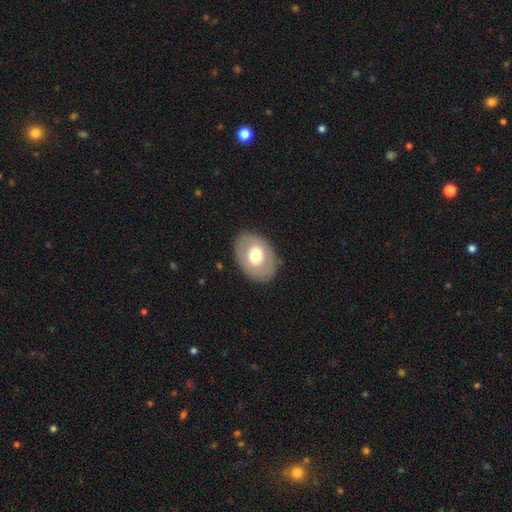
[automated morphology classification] Smooth or featured? smooth (62%)
How rounded? in between (75%)
Merging? none (85%)